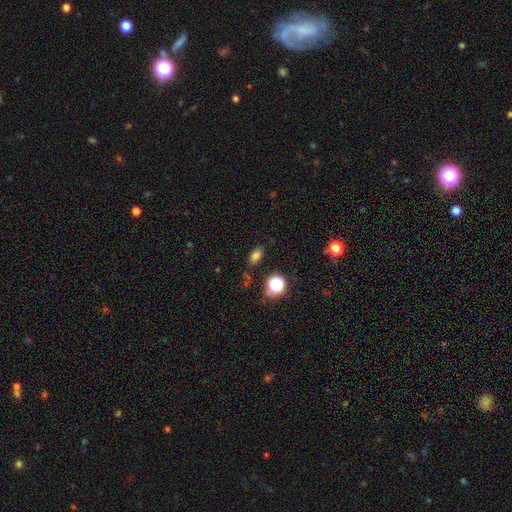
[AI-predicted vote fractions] Morphology: type=smooth (75%); roundness=in between (83%); merging=none (83%).